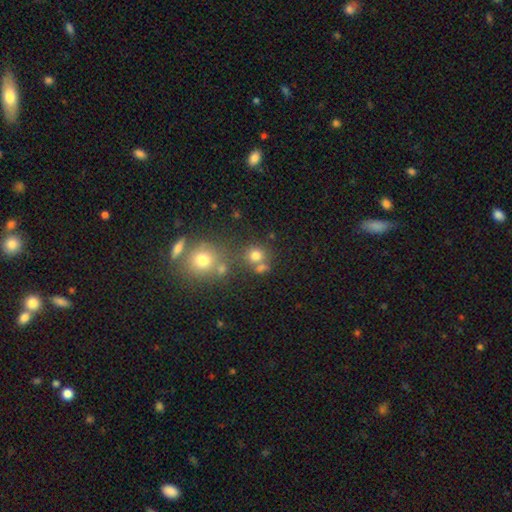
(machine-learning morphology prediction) Smooth or featured?
  - smooth: 74% *
  - star or artifact: 17%
  - featured or disk: 9%
How rounded?
  - round: 84% *
  - in between: 15%
  - cigar-shaped: 1%
Merging?
  - none: 62% *
  - merger: 23%
  - minor disturbance: 10%
  - major disturbance: 5%